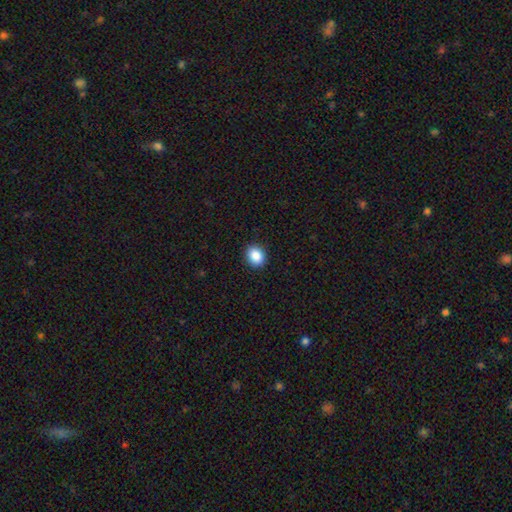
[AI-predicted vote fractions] This is clearly a smooth galaxy (88%). How rounded: possibly round (58%). Merging: clearly none (91%).